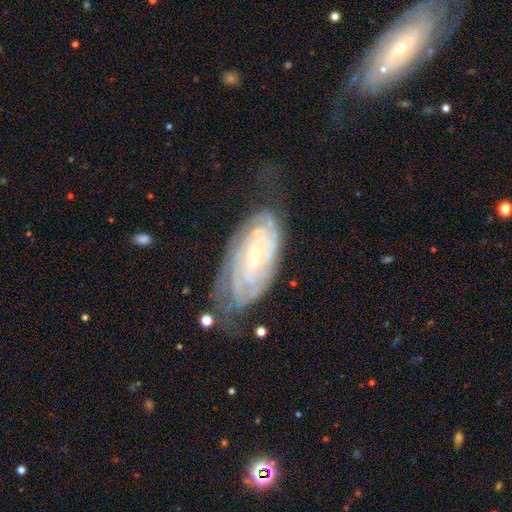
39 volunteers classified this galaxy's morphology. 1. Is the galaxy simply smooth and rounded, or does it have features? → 82% featured or disk, 10% star or artifact, 8% smooth.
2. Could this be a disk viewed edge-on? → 97% no, 3% yes.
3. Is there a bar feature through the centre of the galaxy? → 65% no, 32% weak, 3% strong.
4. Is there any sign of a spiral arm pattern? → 97% yes, 3% no.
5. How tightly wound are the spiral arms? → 73% tight, 23% medium, 3% loose.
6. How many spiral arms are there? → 33% can't tell, 30% 3, 23% 2, 10% 4, 3% 1, 0% more than 4.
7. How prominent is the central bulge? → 90% small, 6% moderate, 3% none, 0% dominant, 0% large.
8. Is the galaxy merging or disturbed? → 49% none, 34% minor disturbance, 14% major disturbance, 3% merger.